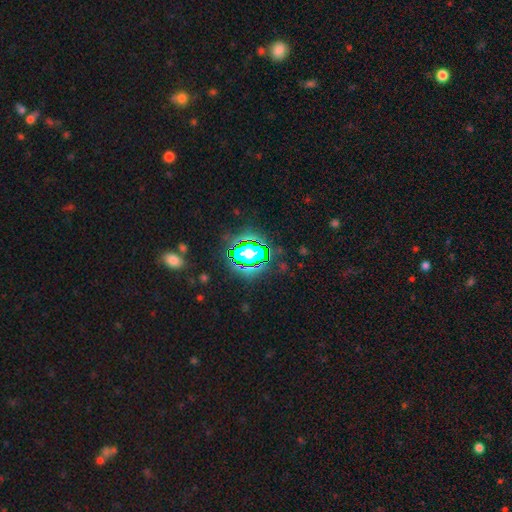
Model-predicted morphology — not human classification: Smooth or featured?
  - star or artifact: 80% *
  - smooth: 12%
  - featured or disk: 8%